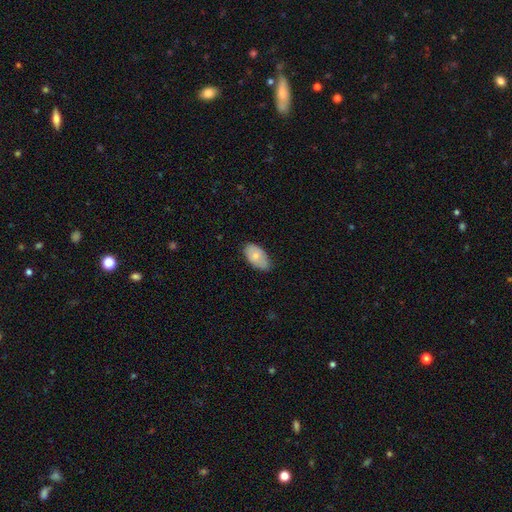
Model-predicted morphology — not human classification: smooth-or-featured: smooth: 75% | featured or disk: 19% | star or artifact: 6%
  how-rounded: in between: 94% | round: 5% | cigar-shaped: 2%
  merging: none: 72% | minor disturbance: 24% | major disturbance: 3% | merger: 1%